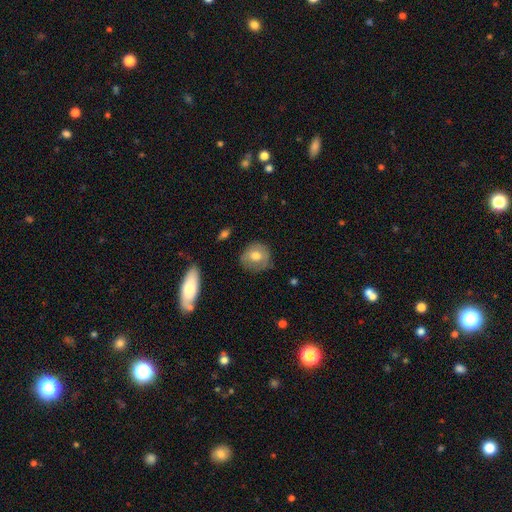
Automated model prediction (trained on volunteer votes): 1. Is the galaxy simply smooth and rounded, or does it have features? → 69% smooth, 24% featured or disk, 8% star or artifact.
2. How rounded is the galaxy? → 83% round, 16% in between, 1% cigar-shaped.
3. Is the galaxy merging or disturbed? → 75% none, 19% minor disturbance, 5% major disturbance, 2% merger.